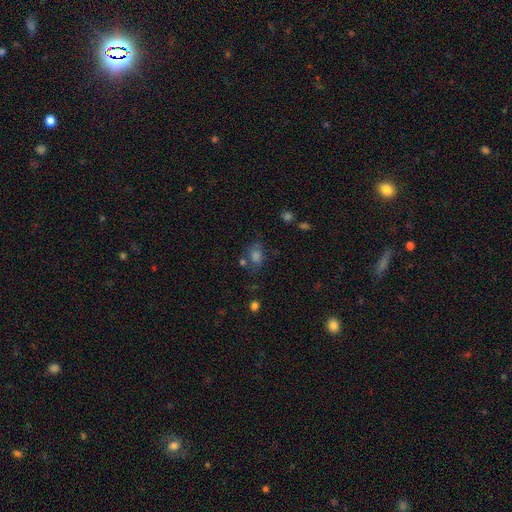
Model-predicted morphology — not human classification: Overall: smooth (61%; star or artifact 25%). How rounded: in between (60%; round 38%). Merging: none (60%).